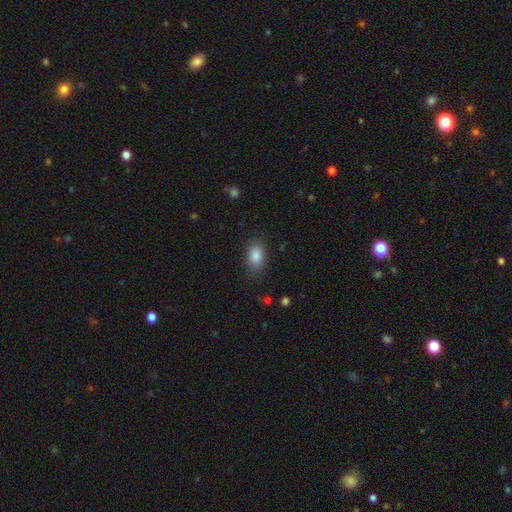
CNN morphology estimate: Smooth or featured? Predicted: smooth (p=0.86). How rounded? Predicted: in between (p=0.85). Merging? Predicted: none (p=0.83).